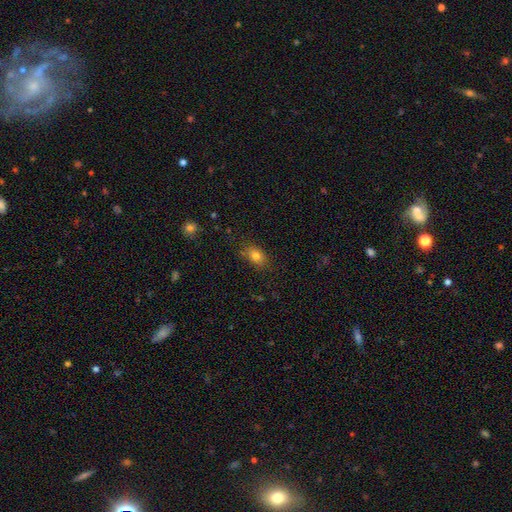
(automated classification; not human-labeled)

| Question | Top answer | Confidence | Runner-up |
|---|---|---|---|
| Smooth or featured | smooth | 80% | star or artifact (12%) |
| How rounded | in between | 72% | round (26%) |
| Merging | none | 80% | minor disturbance (15%) |